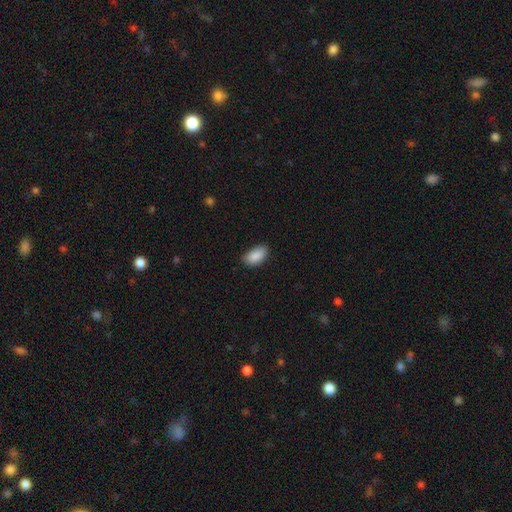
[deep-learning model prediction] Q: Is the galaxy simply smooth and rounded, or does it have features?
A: smooth — 89%.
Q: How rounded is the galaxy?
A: in between — 94%.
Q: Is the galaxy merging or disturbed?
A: none — 80%.